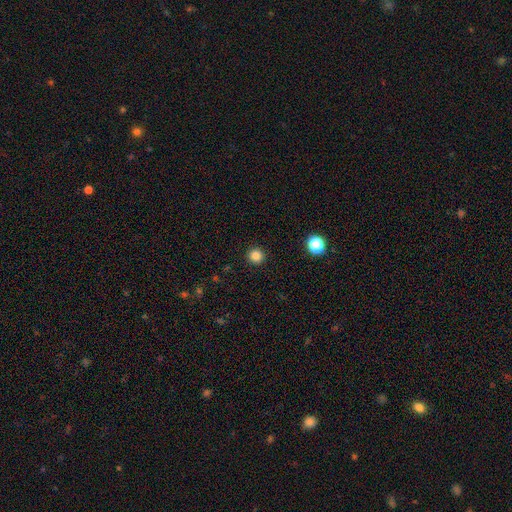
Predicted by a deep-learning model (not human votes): This appears to be a smooth galaxy with no disk features (84%) that is round (95%). Merging: none (93%).